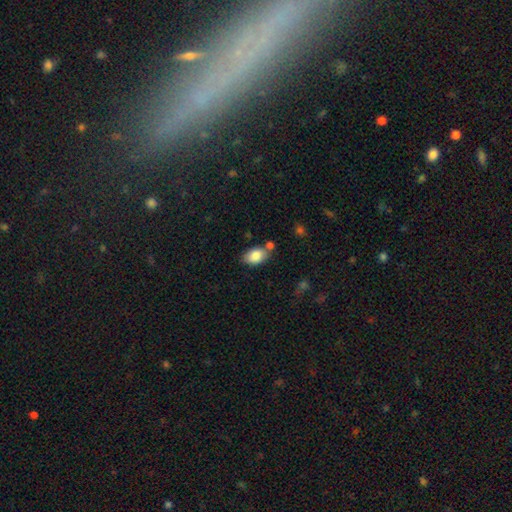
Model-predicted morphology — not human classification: smooth_or_featured: smooth (p=0.85) [alt: featured or disk p=0.07]
how_rounded: in between (p=0.88) [alt: round p=0.11]
merging: none (p=0.65) [alt: minor disturbance p=0.17]